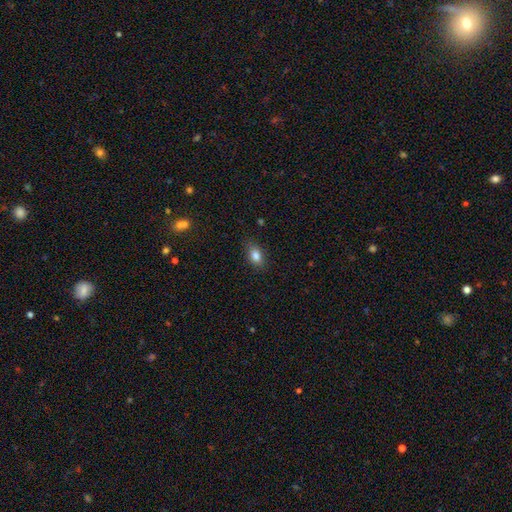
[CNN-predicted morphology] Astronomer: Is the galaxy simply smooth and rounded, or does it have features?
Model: smooth — 83%.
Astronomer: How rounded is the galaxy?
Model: in between — 83%.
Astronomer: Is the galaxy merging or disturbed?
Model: none — 82%.